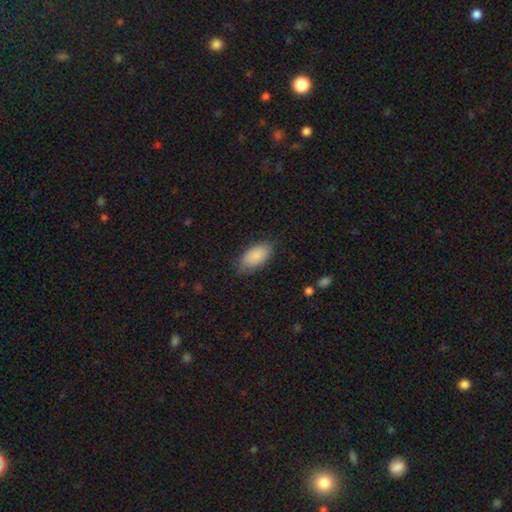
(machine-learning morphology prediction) Smooth or featured? smooth (87%)
How rounded? in between (93%)
Merging? none (77%)